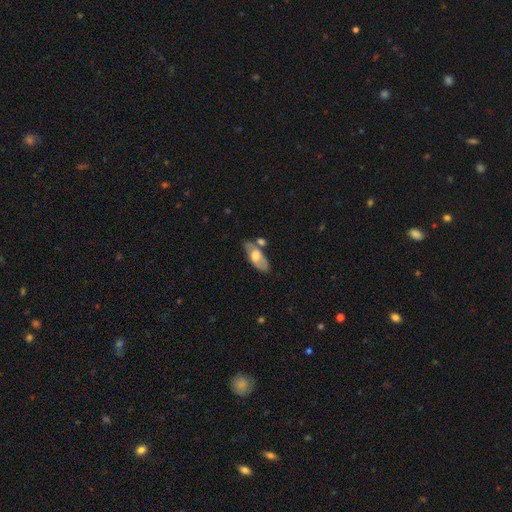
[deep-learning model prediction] Morphology: type=smooth (54%); roundness=in between (84%); merging=none (58%).